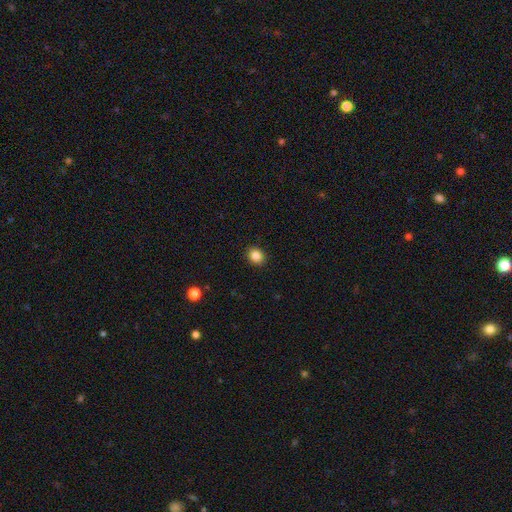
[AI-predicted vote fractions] The model was most divided on "how rounded": round: 69%, in between: 30%, cigar-shaped: 1%. More confident: merging — none (91%); smooth or featured — smooth (86%).